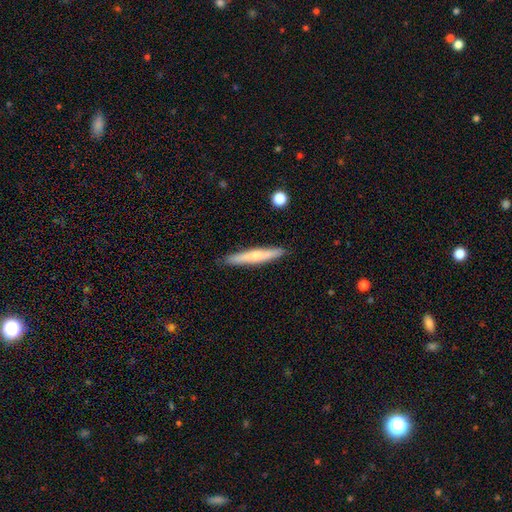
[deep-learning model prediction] Smooth or featured: smooth — 54% (featured or disk — 40%)
How rounded: cigar-shaped — 94% (in between — 5%)
Merging: none — 90% (minor disturbance — 8%)